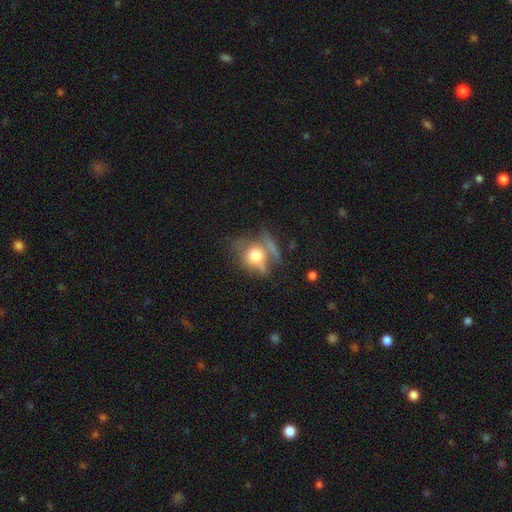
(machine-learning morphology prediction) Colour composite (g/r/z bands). It shows a smooth galaxy with no disk features (65%) that is round (66%). Merging: none (48%).